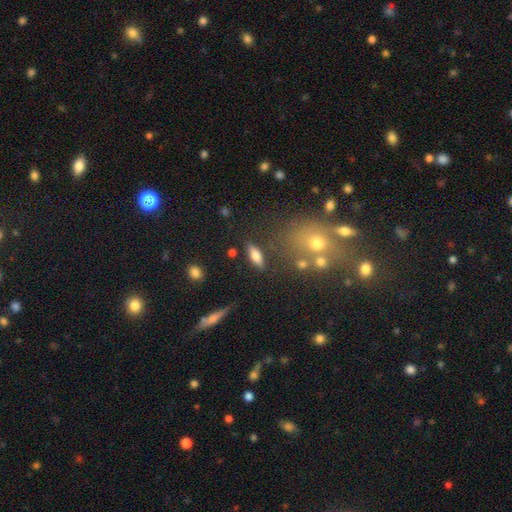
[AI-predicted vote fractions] Smooth or featured?
  - smooth: 67% *
  - featured or disk: 24%
  - star or artifact: 9%
How rounded?
  - in between: 65% *
  - cigar-shaped: 32%
  - round: 4%
Merging?
  - none: 78% *
  - minor disturbance: 12%
  - merger: 5%
  - major disturbance: 4%